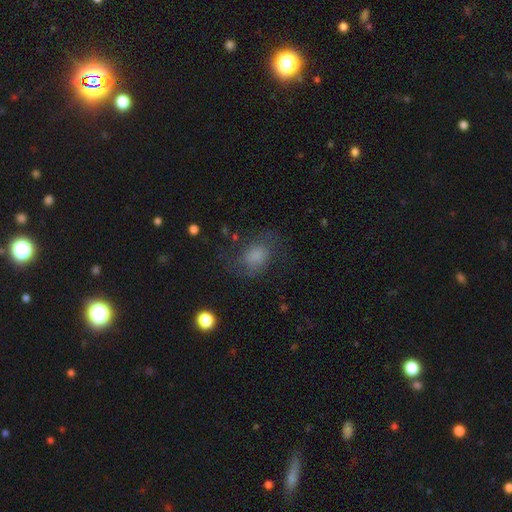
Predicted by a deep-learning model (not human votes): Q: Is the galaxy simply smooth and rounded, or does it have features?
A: smooth — 52%.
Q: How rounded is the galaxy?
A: in between — 58%.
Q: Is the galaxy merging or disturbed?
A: none — 58%.